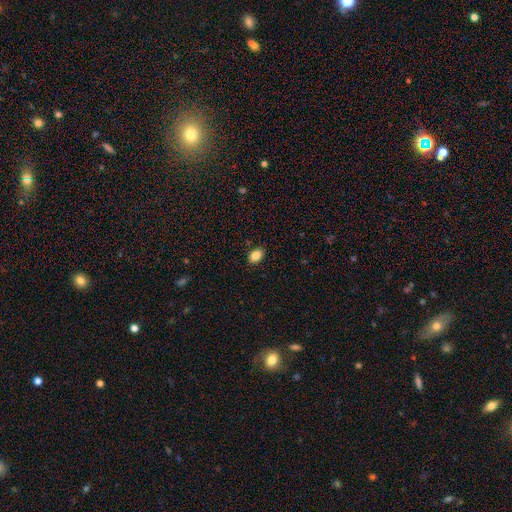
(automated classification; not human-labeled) Overall: smooth (85%). How rounded: in between (79%). Merging: none (88%).